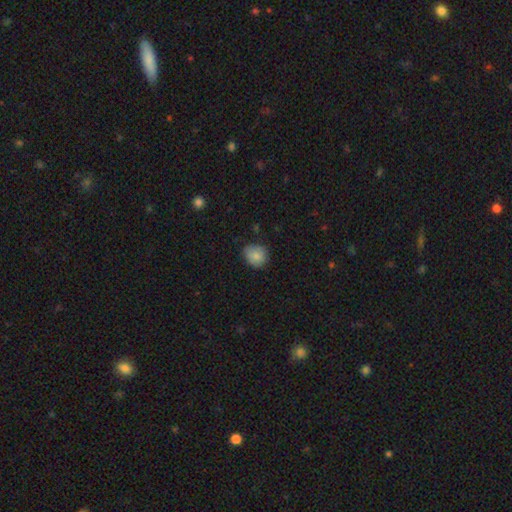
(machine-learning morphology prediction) smooth 84%, star or artifact 8%, featured or disk 8%. Down the decision tree: how rounded — round (72%); merging — none (72%).